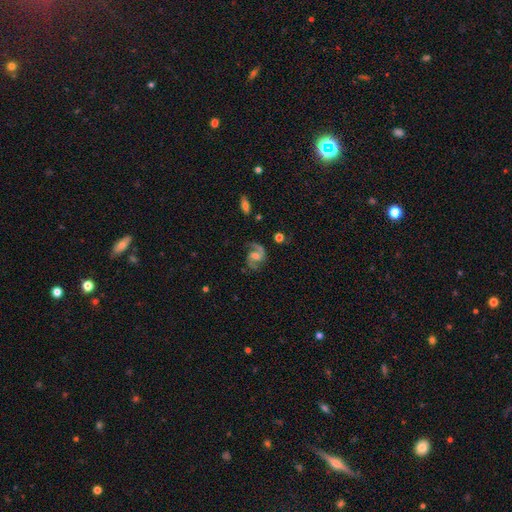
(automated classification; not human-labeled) smooth_or_featured: featured or disk (p=0.89) [alt: smooth p=0.06]
disk_edge_on: no (p=0.98) [alt: yes p=0.02]
bar: weak (p=0.49) [alt: no p=0.36]
has_spiral_arms: yes (p=0.98) [alt: no p=0.02]
spiral_winding: medium (p=0.59) [alt: loose p=0.28]
spiral_arm_count: 2 (p=0.92) [alt: 1 p=0.03]
bulge_size: moderate (p=0.44) [alt: small p=0.28]
merging: none (p=0.77) [alt: minor disturbance p=0.14]